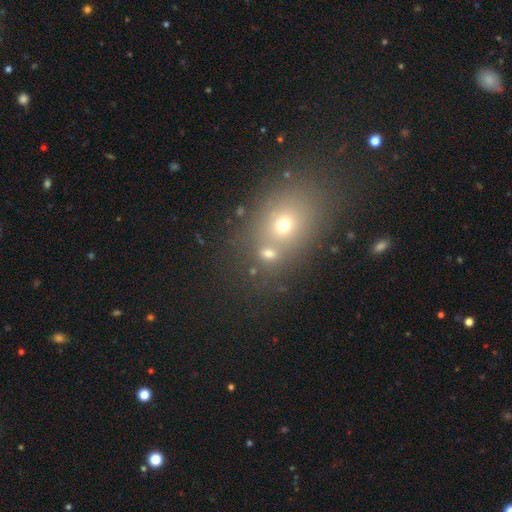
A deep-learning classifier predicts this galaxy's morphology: The model was most divided on "how rounded": round: 56%, in between: 43%, cigar-shaped: 1%. More confident: smooth or featured — smooth (56%); merging — none (51%).